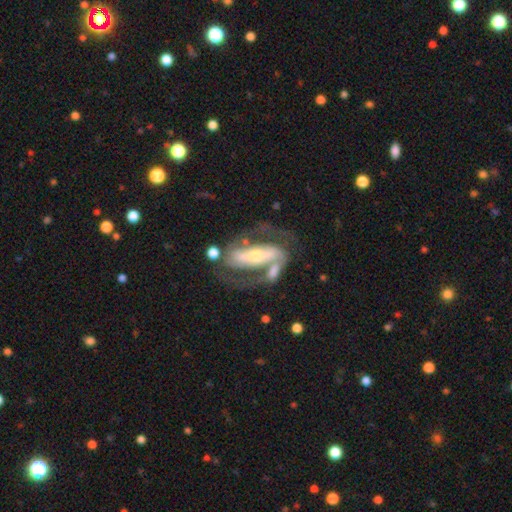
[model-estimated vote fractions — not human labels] Smooth or featured? featured or disk (85%)
Edge-on disk? no (91%)
Bar? strong (66%)
Spiral arms? yes (89%)
Spiral winding? medium (48%)
Spiral arm count? 2 (87%)
Bulge size? moderate (47%)
Merging? none (61%)